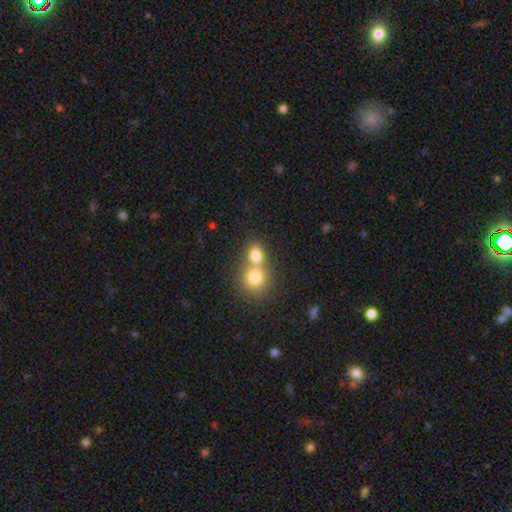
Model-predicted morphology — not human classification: Smooth or featured? Predicted: smooth (p=0.78). How rounded? Predicted: round (p=0.66). Merging? Predicted: merger (p=0.59).